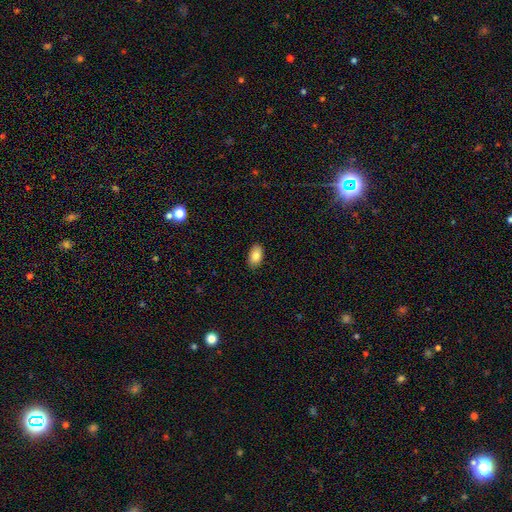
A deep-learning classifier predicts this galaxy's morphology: type=smooth (84%); roundness=in between (93%); merging=none (88%).